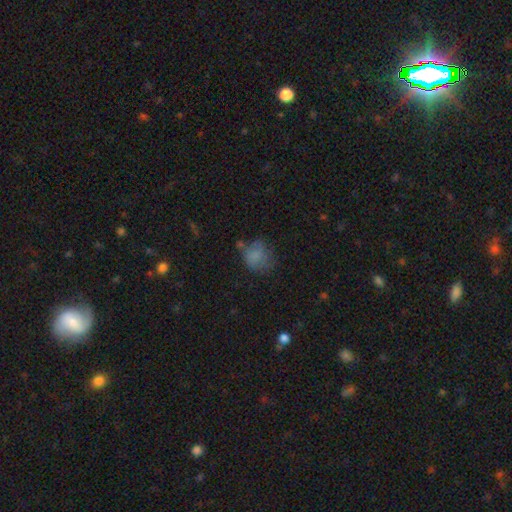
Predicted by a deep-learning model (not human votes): Smooth or featured: smooth — 71% (featured or disk — 17%)
How rounded: round — 68% (in between — 31%)
Merging: none — 46% (minor disturbance — 27%)